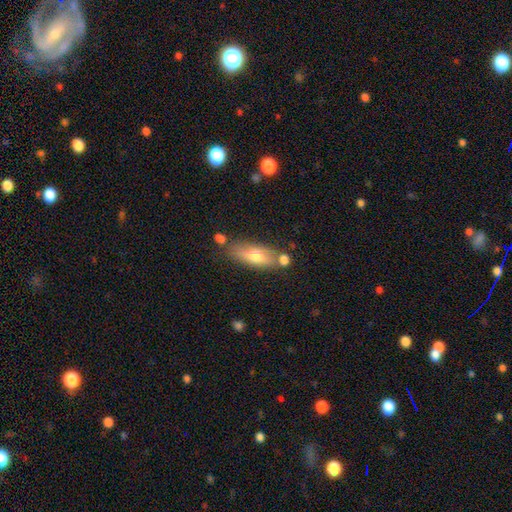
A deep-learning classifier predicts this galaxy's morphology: Smooth or featured? smooth (65%)
How rounded? in between (67%)
Merging? none (66%)